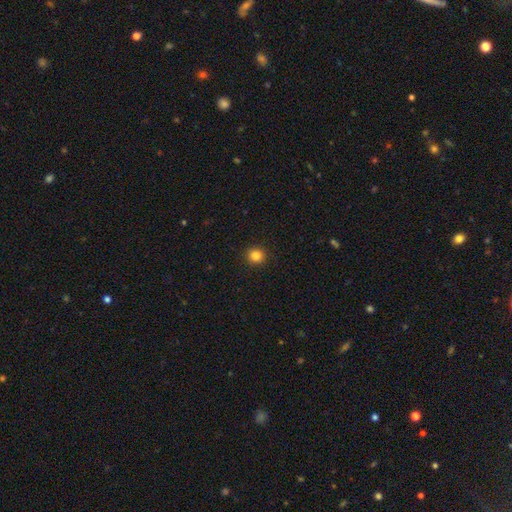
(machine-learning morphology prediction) This appears to be a smooth galaxy with no disk features (85%) that is round (92%). Merging: none (92%).